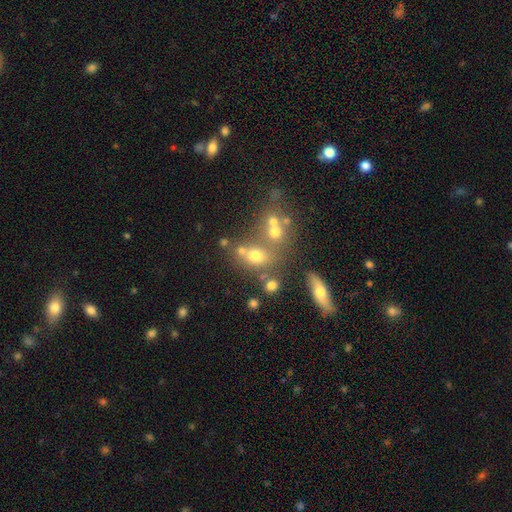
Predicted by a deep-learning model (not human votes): Smooth or featured?
  - smooth: 62% *
  - star or artifact: 19%
  - featured or disk: 18%
How rounded?
  - round: 51% *
  - in between: 45%
  - cigar-shaped: 4%
Merging?
  - none: 50% *
  - merger: 31%
  - minor disturbance: 12%
  - major disturbance: 7%